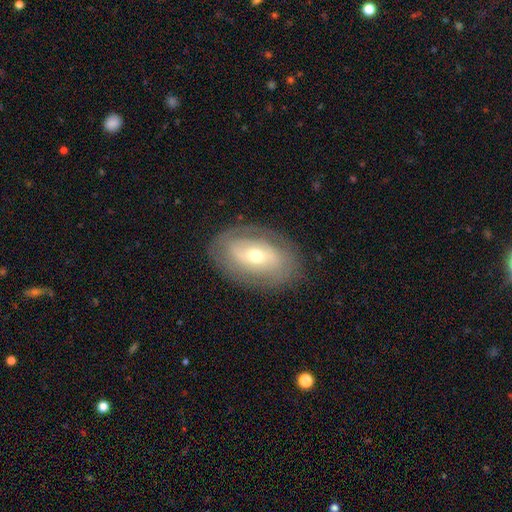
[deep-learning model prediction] Overall: featured or disk (62%; smooth 30%). Edge-on disk: no (91%). Bar: no (49%; weak 32%). Spiral arms: yes (53%; no 47%). Bulge size: moderate (57%; small 37%). Merging: none (80%).